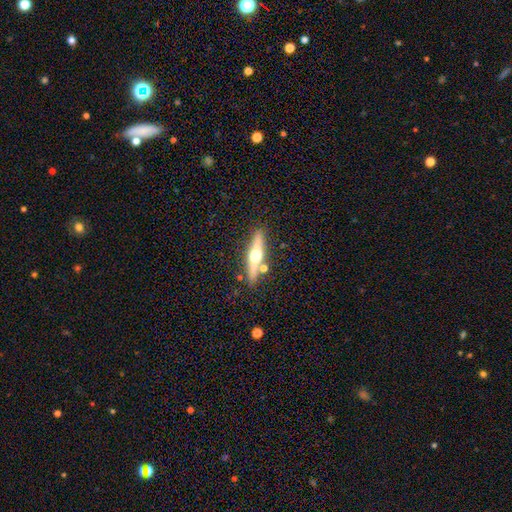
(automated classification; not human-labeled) Smooth or featured?
  - featured or disk: 66% *
  - smooth: 28%
  - star or artifact: 6%
Edge-on disk?
  - yes: 95% *
  - no: 5%
Edge-on bulge?
  - rounded: 96% *
  - none: 2%
  - boxy: 2%
Merging?
  - none: 81% *
  - minor disturbance: 10%
  - merger: 7%
  - major disturbance: 2%